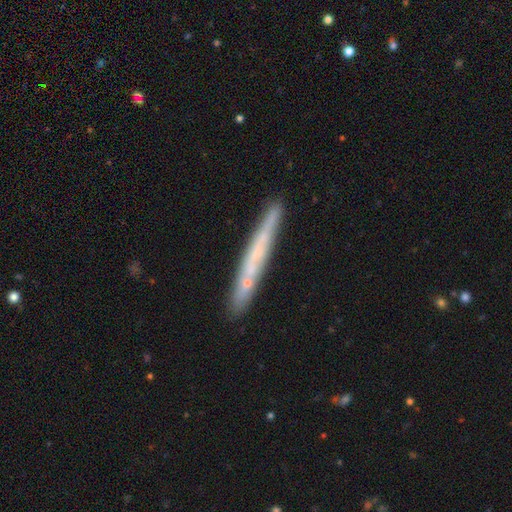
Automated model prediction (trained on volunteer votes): A featured or disk galaxy (50%) viewed edge-on (90%).

Vote fractions:
- Smooth or featured? featured or disk: 50% / smooth: 42% / star or artifact: 7%
- Edge-on disk? yes: 90% / no: 10%
- Merging? none: 83% / minor disturbance: 11% / merger: 3% / major disturbance: 2%